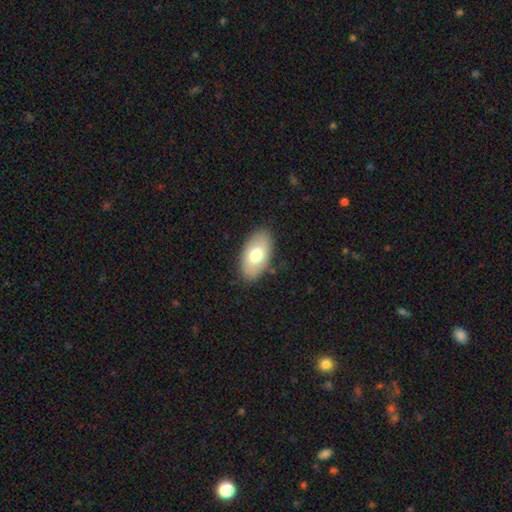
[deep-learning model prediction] Smooth or featured?
  - smooth: 66% *
  - featured or disk: 24%
  - star or artifact: 10%
How rounded?
  - in between: 92% *
  - round: 5%
  - cigar-shaped: 3%
Merging?
  - none: 88% *
  - minor disturbance: 9%
  - major disturbance: 2%
  - merger: 1%